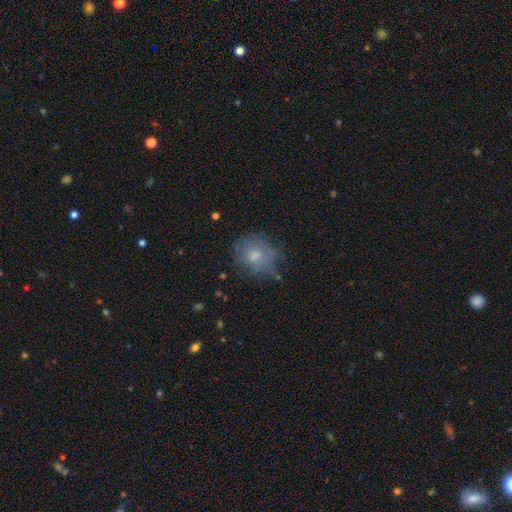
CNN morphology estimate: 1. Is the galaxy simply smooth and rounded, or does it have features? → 65% smooth, 24% featured or disk, 10% star or artifact.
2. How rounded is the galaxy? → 65% round, 34% in between, 1% cigar-shaped.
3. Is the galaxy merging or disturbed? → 57% none, 27% minor disturbance, 14% major disturbance, 3% merger.